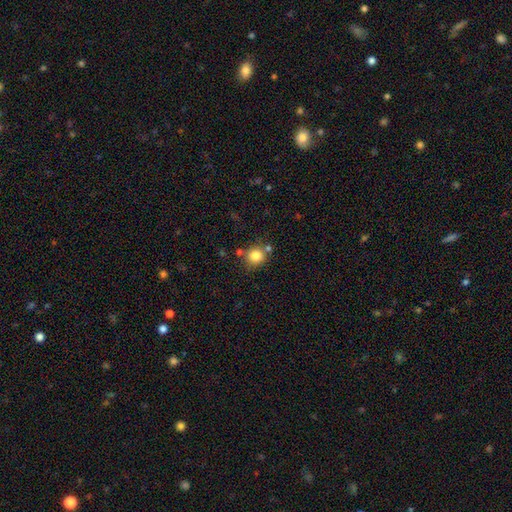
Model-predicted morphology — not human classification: Smooth or featured: smooth — 82% (star or artifact — 11%)
How rounded: round — 85% (in between — 14%)
Merging: none — 72% (merger — 13%)